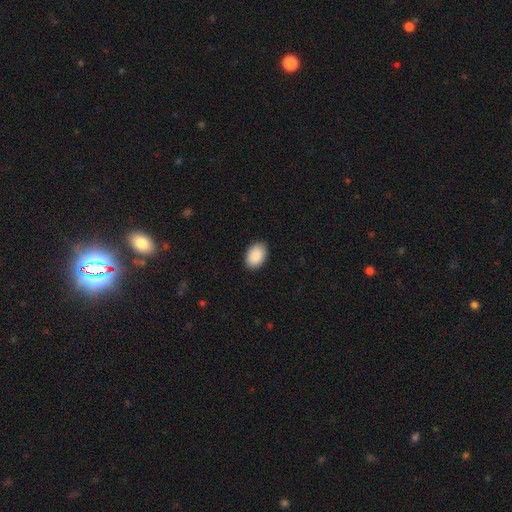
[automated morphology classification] type=smooth (91%); roundness=in between (87%); merging=none (90%).